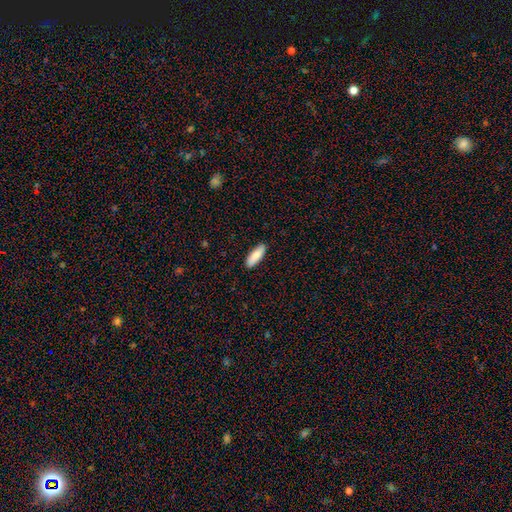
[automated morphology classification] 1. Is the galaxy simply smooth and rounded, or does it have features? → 86% smooth, 9% featured or disk, 5% star or artifact.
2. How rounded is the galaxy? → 57% in between, 41% cigar-shaped, 2% round.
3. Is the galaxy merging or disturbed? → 90% none, 8% minor disturbance, 1% major disturbance, 1% merger.